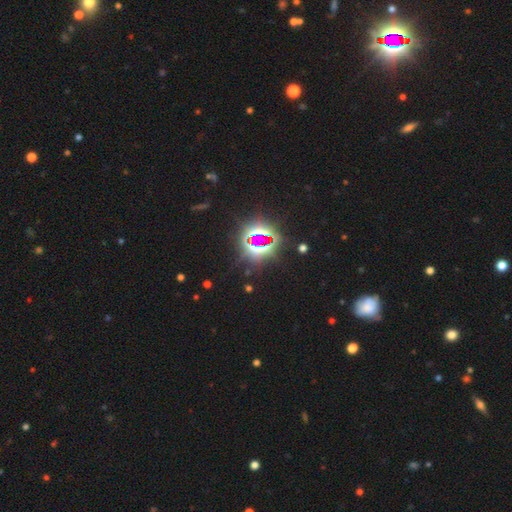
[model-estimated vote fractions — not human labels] This is clearly a star or artifact rather than a galaxy (84%).